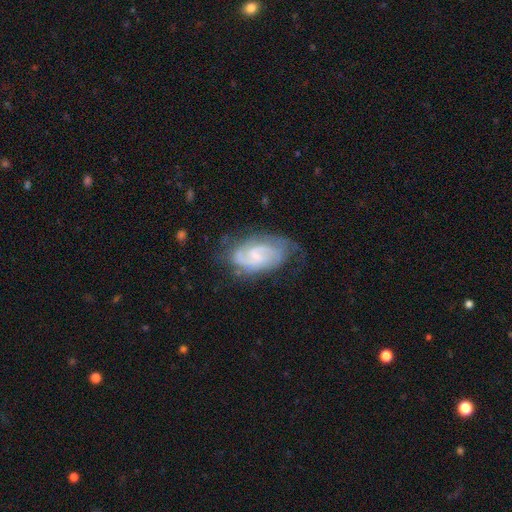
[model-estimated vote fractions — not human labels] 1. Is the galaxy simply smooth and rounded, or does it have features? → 78% featured or disk, 15% smooth, 6% star or artifact.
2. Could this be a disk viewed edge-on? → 97% no, 3% yes.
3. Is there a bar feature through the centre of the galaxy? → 48% weak, 44% no, 9% strong.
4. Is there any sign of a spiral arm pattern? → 94% yes, 6% no.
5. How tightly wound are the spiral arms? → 45% tight, 42% medium, 12% loose.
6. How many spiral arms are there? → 61% 2, 21% can't tell, 9% 3, 4% 1, 2% 4, 2% more than 4.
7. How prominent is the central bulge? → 60% small, 24% moderate, 13% none, 2% large, 1% dominant.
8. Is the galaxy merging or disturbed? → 59% none, 26% minor disturbance, 13% major disturbance, 2% merger.